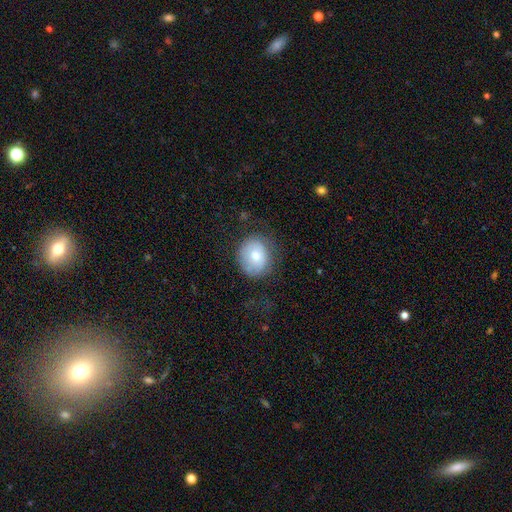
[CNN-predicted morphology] The model was most divided on "how rounded": round: 70%, in between: 29%, cigar-shaped: 1%. More confident: smooth or featured — smooth (72%); merging — none (66%).